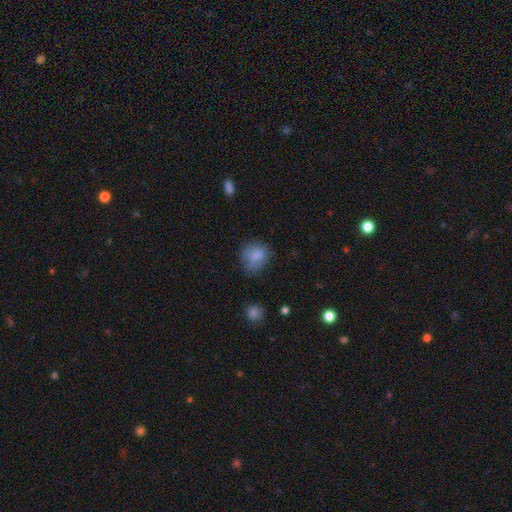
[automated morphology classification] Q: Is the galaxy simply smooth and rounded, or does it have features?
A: smooth — 78%.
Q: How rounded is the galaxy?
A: round — 66%.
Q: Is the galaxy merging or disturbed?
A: none — 60%.